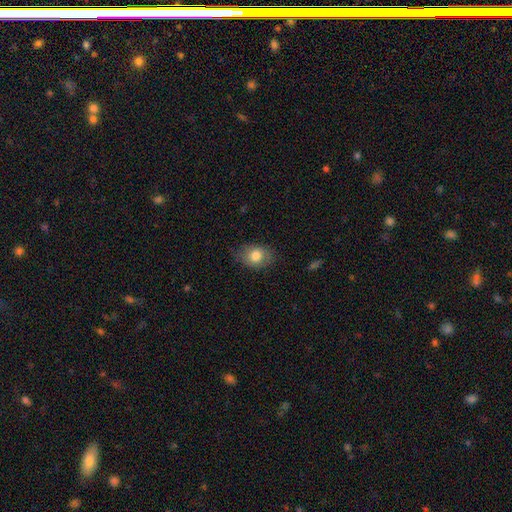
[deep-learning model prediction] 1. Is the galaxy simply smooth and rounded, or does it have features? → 80% smooth, 12% featured or disk, 8% star or artifact.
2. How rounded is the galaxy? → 71% in between, 28% round, 1% cigar-shaped.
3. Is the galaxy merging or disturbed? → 76% none, 19% minor disturbance, 4% major disturbance, 1% merger.